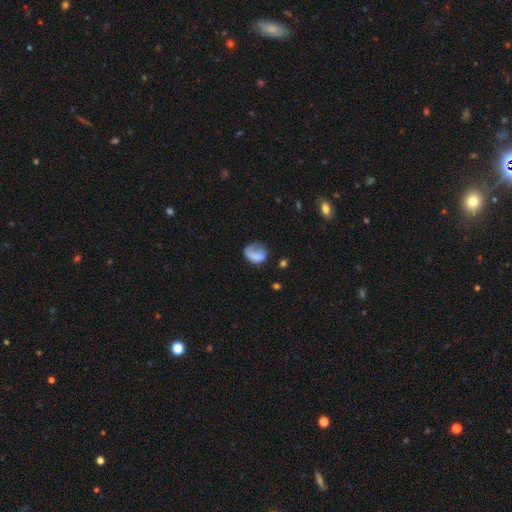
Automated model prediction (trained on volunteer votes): This is likely a smooth galaxy (66%). How rounded: possibly in between (51%). Merging: marginally none (37%).